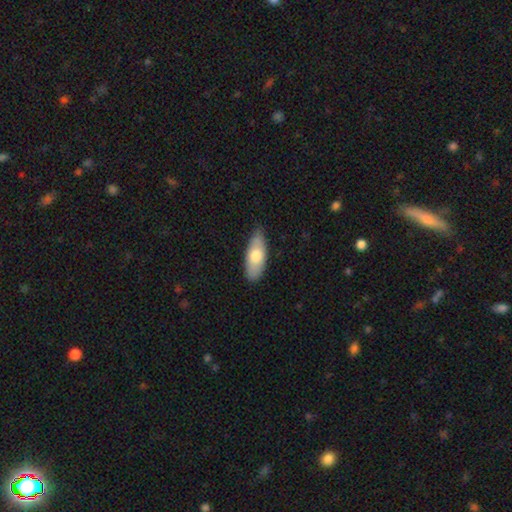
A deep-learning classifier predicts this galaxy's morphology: smooth_or_featured: smooth (p=0.70) [alt: featured or disk p=0.25]
how_rounded: in between (p=0.77) [alt: cigar-shaped p=0.20]
merging: none (p=0.77) [alt: minor disturbance p=0.19]